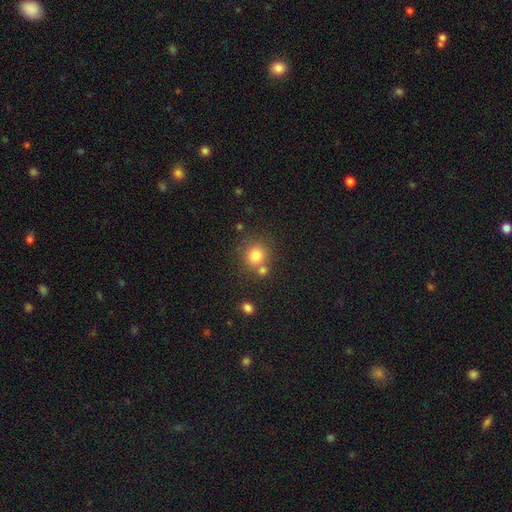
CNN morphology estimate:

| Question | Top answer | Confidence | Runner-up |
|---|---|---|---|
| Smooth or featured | smooth | 79% | star or artifact (12%) |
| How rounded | round | 89% | in between (10%) |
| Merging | none | 66% | merger (21%) |